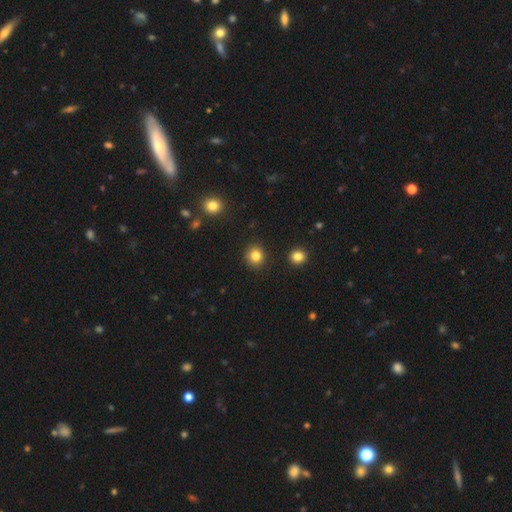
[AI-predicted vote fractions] Smooth or featured? smooth (83%)
How rounded? round (86%)
Merging? none (90%)